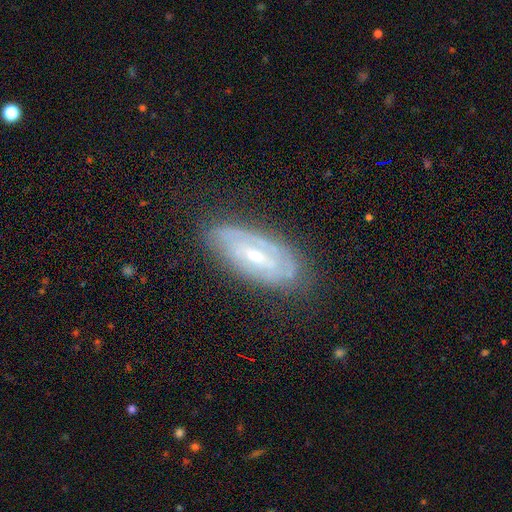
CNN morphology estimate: The model was most divided on "bulge size": moderate: 48%, small: 46%, large: 3%, none: 2%, dominant: 1%. Remaining: edge-on disk — no (84%); merging — none (74%); smooth or featured — featured or disk (74%); spiral arms — yes (73%); bar — weak (45%).